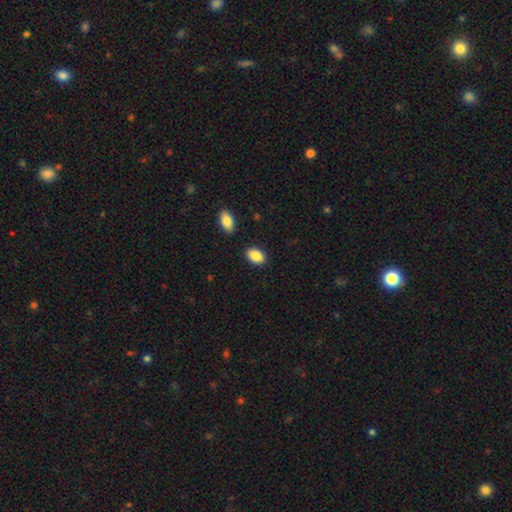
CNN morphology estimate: Q: Smooth or featured?
A: smooth (88%); runner-up: star or artifact (7%)
Q: How rounded?
A: in between (89%); runner-up: round (9%)
Q: Merging?
A: none (86%); runner-up: minor disturbance (9%)